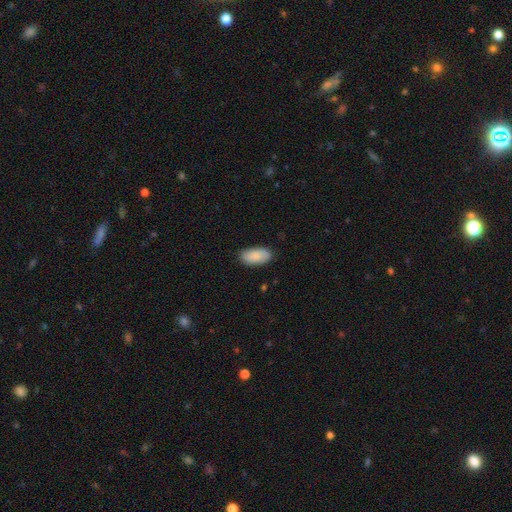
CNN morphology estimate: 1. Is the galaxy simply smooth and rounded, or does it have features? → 86% smooth, 8% featured or disk, 6% star or artifact.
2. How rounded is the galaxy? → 94% in between, 3% cigar-shaped, 2% round.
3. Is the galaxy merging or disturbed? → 85% none, 12% minor disturbance, 2% major disturbance, 1% merger.